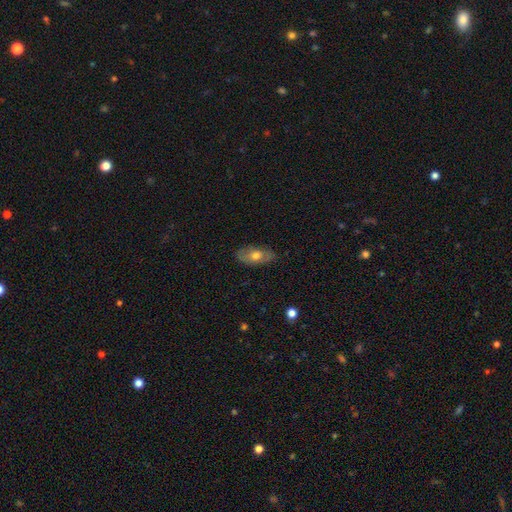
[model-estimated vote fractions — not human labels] Smooth or featured? Predicted: smooth (p=0.57). How rounded? Predicted: in between (p=0.88). Merging? Predicted: none (p=0.79).